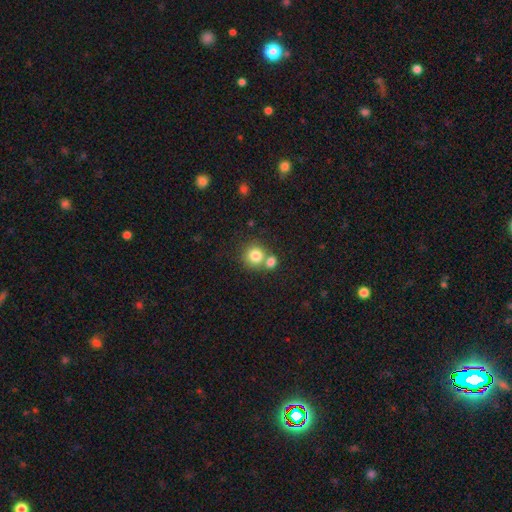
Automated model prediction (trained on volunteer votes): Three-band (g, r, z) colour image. It shows a smooth galaxy with no disk features (80%) that is round (89%). Merging: none (53%).